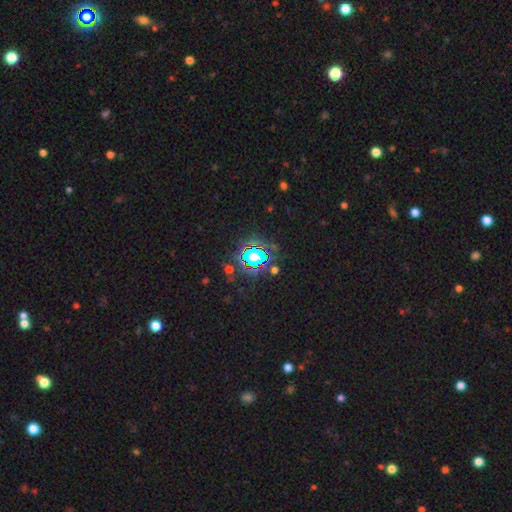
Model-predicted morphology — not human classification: smooth-or-featured: star or artifact: 64% | smooth: 24% | featured or disk: 12%